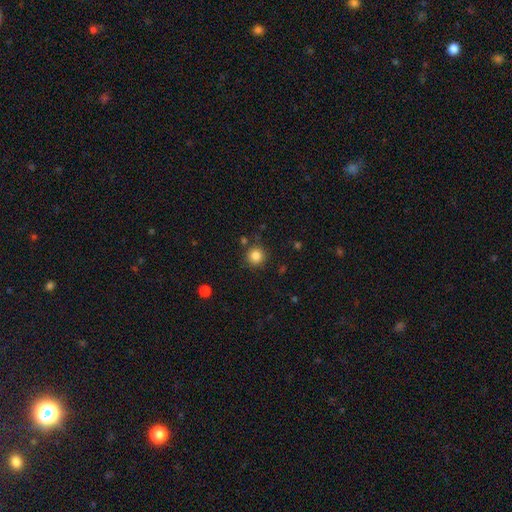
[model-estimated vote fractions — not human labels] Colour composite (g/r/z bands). It shows a smooth galaxy with no disk features (84%) that is round (94%). Merging: none (86%).